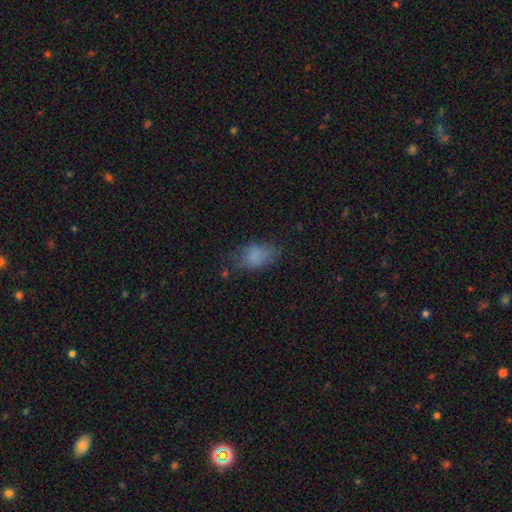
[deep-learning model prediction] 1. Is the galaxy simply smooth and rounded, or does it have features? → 80% smooth, 11% star or artifact, 9% featured or disk.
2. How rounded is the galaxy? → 87% in between, 11% round, 3% cigar-shaped.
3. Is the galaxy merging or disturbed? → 56% none, 29% minor disturbance, 13% major disturbance, 2% merger.